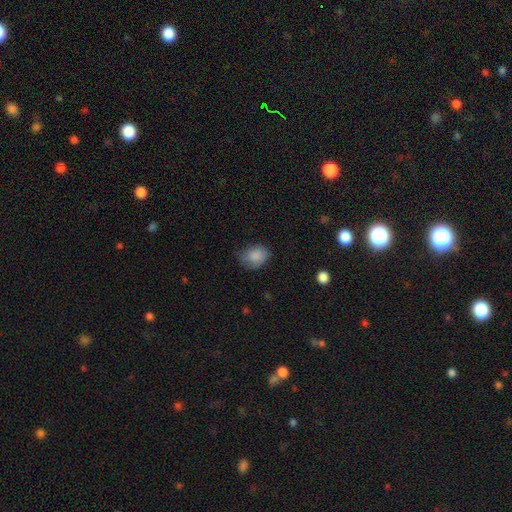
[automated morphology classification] This appears to be a smooth galaxy with no disk features (85%) that is in between round and cigar-shaped (62%). Merging: none (53%).